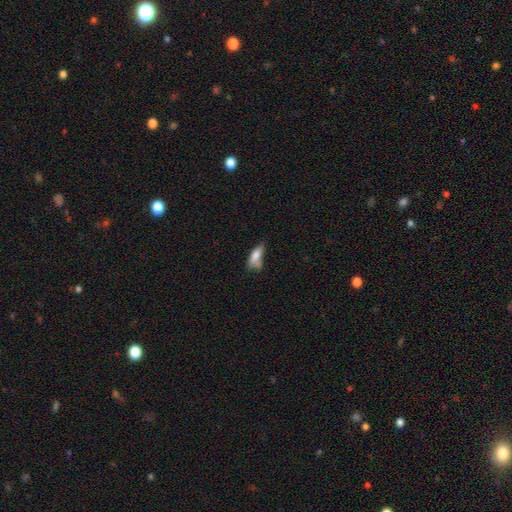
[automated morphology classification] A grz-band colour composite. It shows a smooth galaxy with no disk features (74%) that is in between round and cigar-shaped (64%). Merging: none (34%).